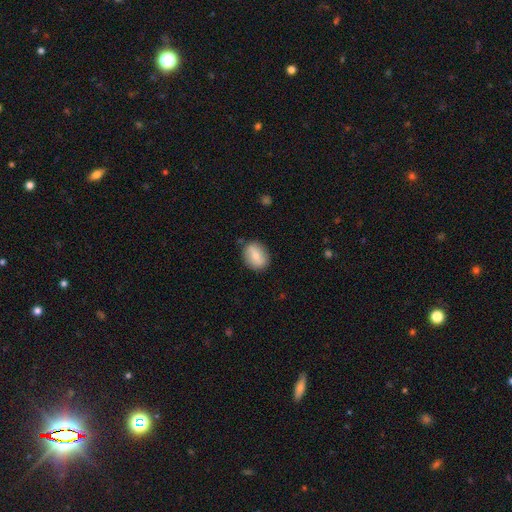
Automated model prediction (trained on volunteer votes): This appears to be a smooth galaxy with no disk features (69%) that is in between round and cigar-shaped (61%). Merging: none (83%).